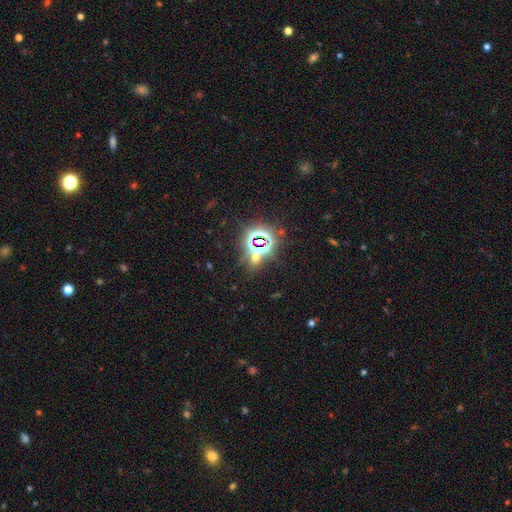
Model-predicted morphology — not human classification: Q: Smooth or featured?
A: star or artifact (73%); runner-up: smooth (18%)